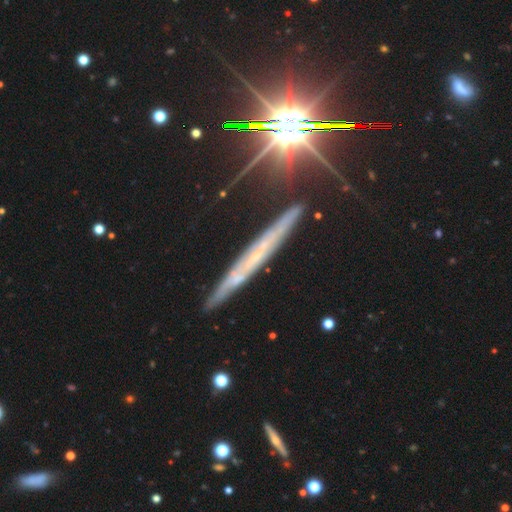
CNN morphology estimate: type=featured or disk (62%); edge-on=yes (91%); edge-on bulge=none (75%); merging=none (80%).